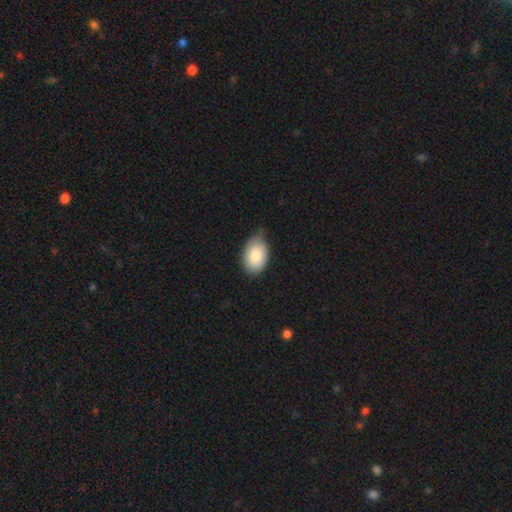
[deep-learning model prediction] Smooth or featured? Predicted: smooth (p=0.86). How rounded? Predicted: in between (p=0.89). Merging? Predicted: none (p=0.54).